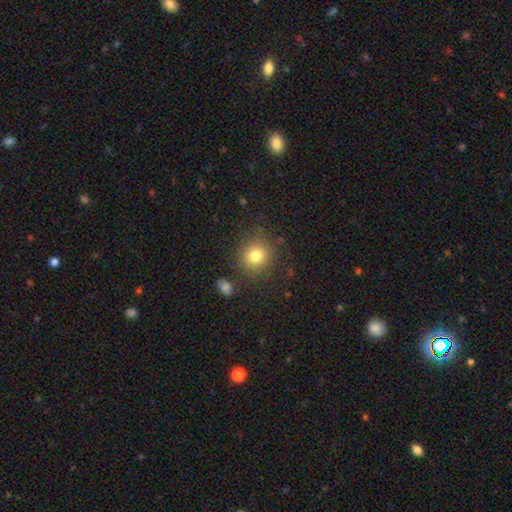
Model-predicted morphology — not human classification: This is likely a smooth galaxy (79%). How rounded: clearly round (88%). Merging: clearly none (85%).